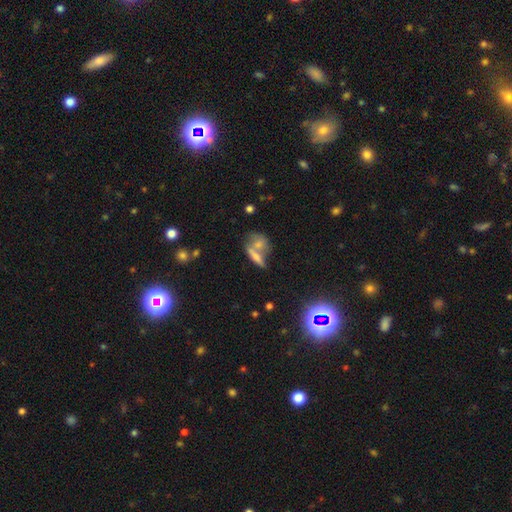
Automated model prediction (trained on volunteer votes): Smooth or featured: smooth — 54% (featured or disk — 28%)
How rounded: in between — 51% (cigar-shaped — 32%)
Merging: merger — 52% (none — 34%)